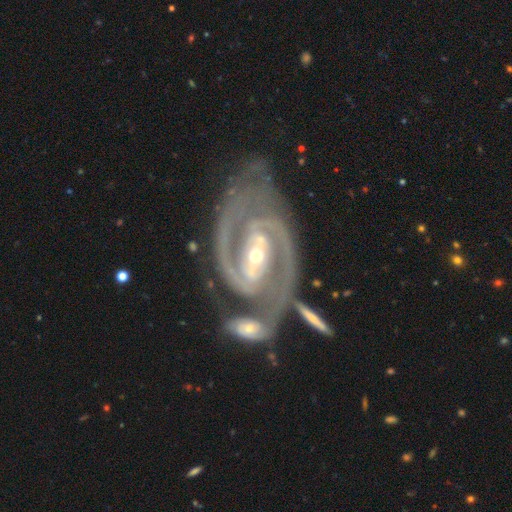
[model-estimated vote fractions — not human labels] This is clearly a featured or disk galaxy (93%). It is clearly not viewed edge-on (97%). Bar: possibly strong (49%). Spiral arm pattern: clearly yes (98%). Spiral arm count: clearly 2 (86%). Spiral winding: possibly tight (48%). Central bulge: possibly moderate (49%). Merging: marginally none (41%).